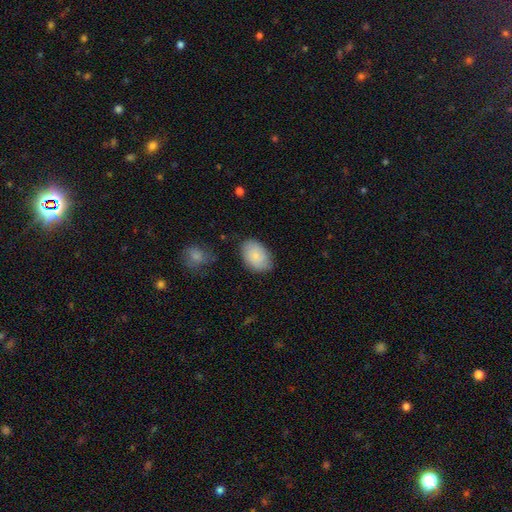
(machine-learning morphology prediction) Q: Smooth or featured?
A: smooth (77%); runner-up: featured or disk (17%)
Q: How rounded?
A: in between (87%); runner-up: round (11%)
Q: Merging?
A: none (80%); runner-up: minor disturbance (15%)